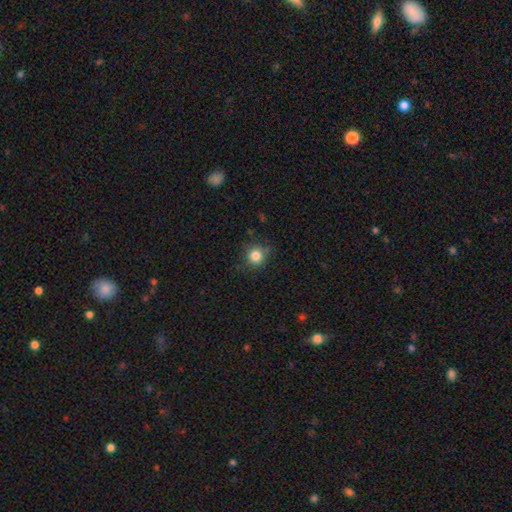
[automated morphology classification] A smooth galaxy with no disk features (83%) that is round (92%). Merging: none (82%).